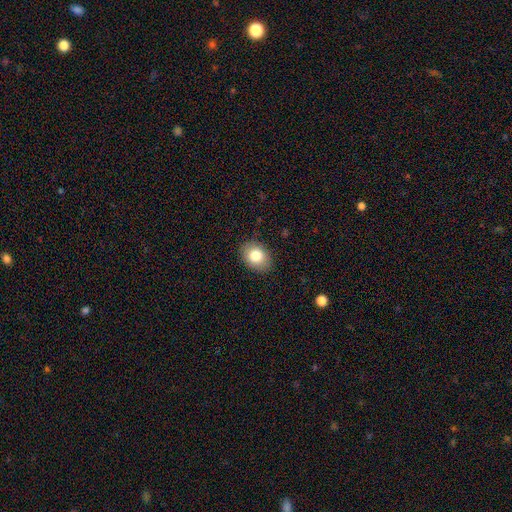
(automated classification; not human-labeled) Smooth or featured?
  - smooth: 82% *
  - featured or disk: 9%
  - star or artifact: 9%
How rounded?
  - in between: 67% *
  - round: 32%
  - cigar-shaped: 1%
Merging?
  - none: 87% *
  - minor disturbance: 9%
  - major disturbance: 2%
  - merger: 1%